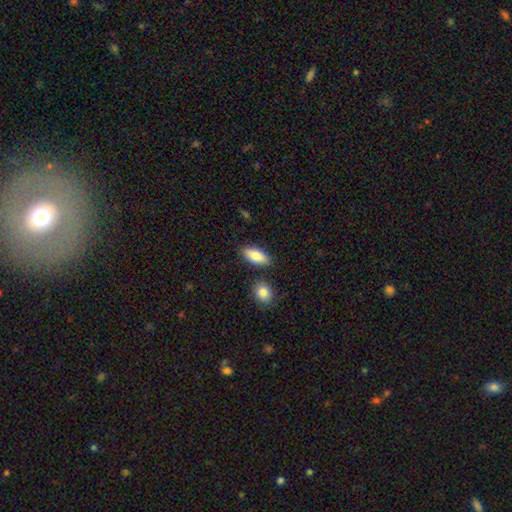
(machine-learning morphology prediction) Smooth or featured: smooth — 86% (featured or disk — 8%)
How rounded: in between — 84% (cigar-shaped — 13%)
Merging: none — 82% (minor disturbance — 10%)